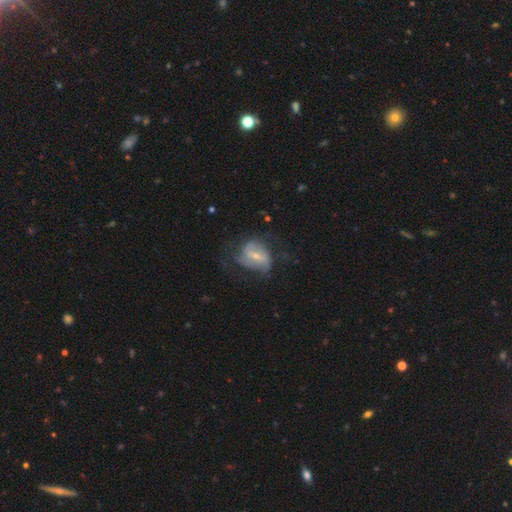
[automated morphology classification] featured or disk 68%, smooth 24%, star or artifact 8%. Down the decision tree: edge-on disk — no (96%); bar — weak (44%); spiral arms — yes (73%); bulge size — small (61%); merging — none (45%).